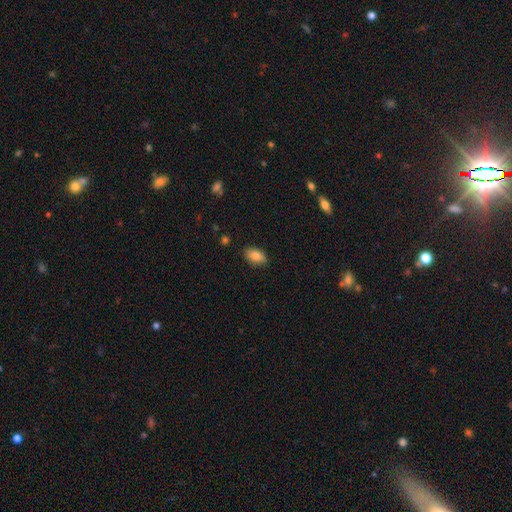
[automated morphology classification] Smooth or featured?
  - smooth: 82% *
  - featured or disk: 10%
  - star or artifact: 8%
How rounded?
  - in between: 89% *
  - round: 7%
  - cigar-shaped: 3%
Merging?
  - none: 85% *
  - minor disturbance: 12%
  - major disturbance: 2%
  - merger: 1%